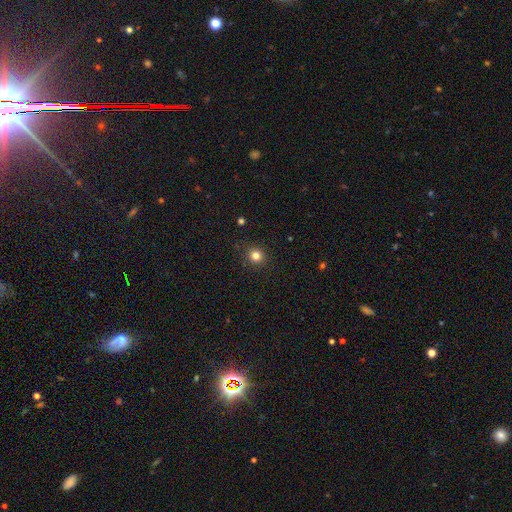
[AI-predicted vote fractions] Smooth or featured? smooth (81%)
How rounded? round (90%)
Merging? none (90%)